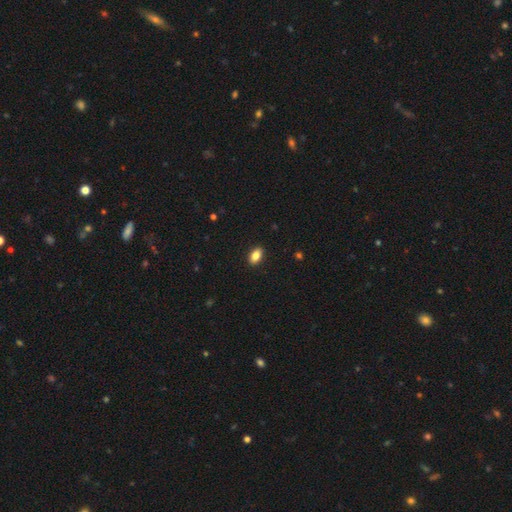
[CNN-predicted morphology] Smooth or featured? Predicted: smooth (p=0.84). How rounded? Predicted: in between (p=0.89). Merging? Predicted: none (p=0.90).